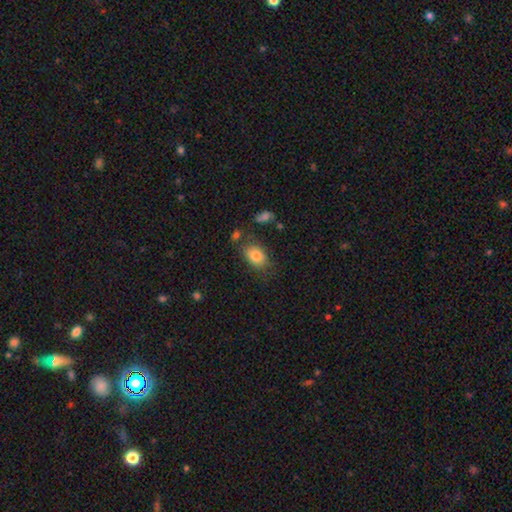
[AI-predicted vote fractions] Morphology: type=smooth (82%); roundness=in between (80%); merging=none (69%).